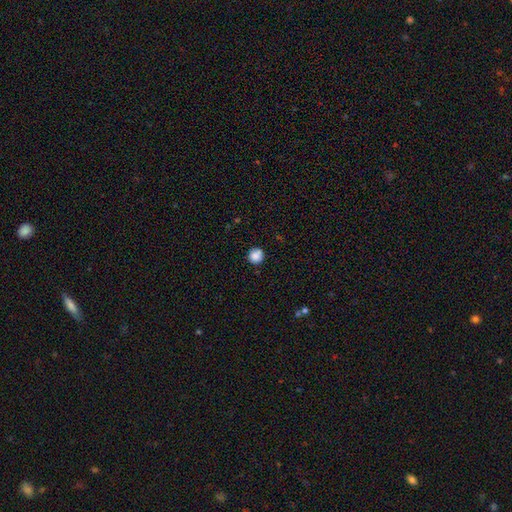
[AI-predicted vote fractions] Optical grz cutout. It shows a smooth galaxy with no disk features (85%) that is round (94%). Merging: none (78%).